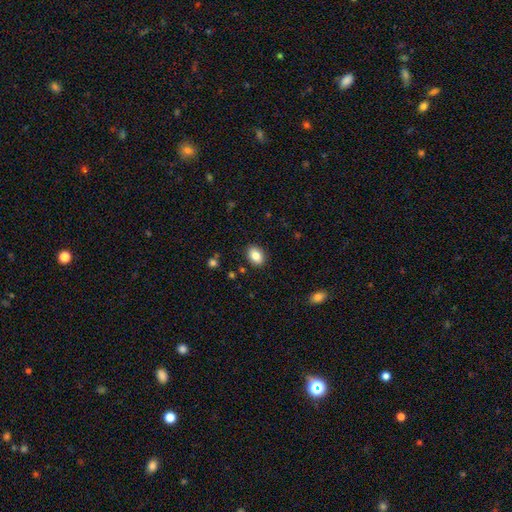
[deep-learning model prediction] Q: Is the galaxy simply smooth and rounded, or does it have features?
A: smooth — 85%.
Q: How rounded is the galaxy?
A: in between — 78%.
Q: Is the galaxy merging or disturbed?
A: none — 89%.